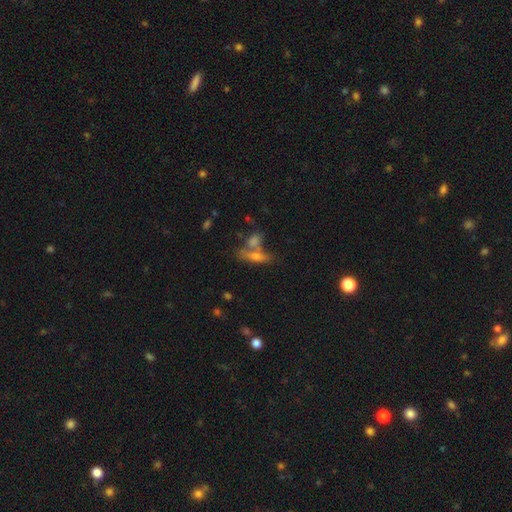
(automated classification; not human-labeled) Morphology: type=smooth (50%); merging=none (45%).